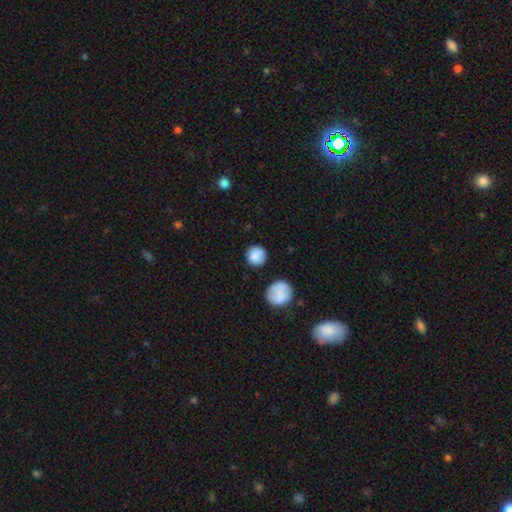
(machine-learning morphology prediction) Smooth or featured?
  - smooth: 86% *
  - star or artifact: 8%
  - featured or disk: 6%
How rounded?
  - round: 94% *
  - in between: 5%
  - cigar-shaped: 1%
Merging?
  - none: 85% *
  - minor disturbance: 9%
  - merger: 3%
  - major disturbance: 3%